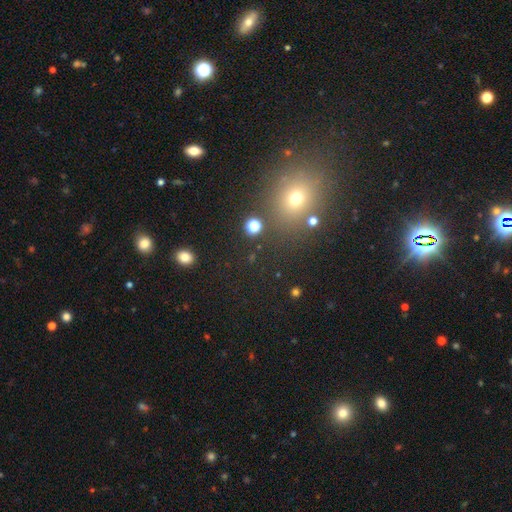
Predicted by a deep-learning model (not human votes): Morphology: type=star or artifact (46%, tied with smooth).